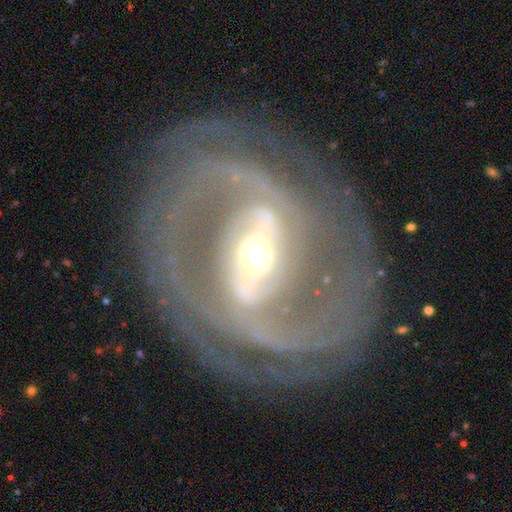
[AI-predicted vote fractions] smooth_or_featured: featured or disk (p=0.90) [alt: smooth p=0.05]
disk_edge_on: no (p=0.95) [alt: yes p=0.05]
bar: strong (p=0.64) [alt: weak p=0.26]
has_spiral_arms: yes (p=0.92) [alt: no p=0.08]
spiral_winding: tight (p=0.51) [alt: medium p=0.36]
spiral_arm_count: 2 (p=0.67) [alt: can't tell p=0.13]
bulge_size: moderate (p=0.53) [alt: small p=0.37]
merging: none (p=0.77) [alt: minor disturbance p=0.13]